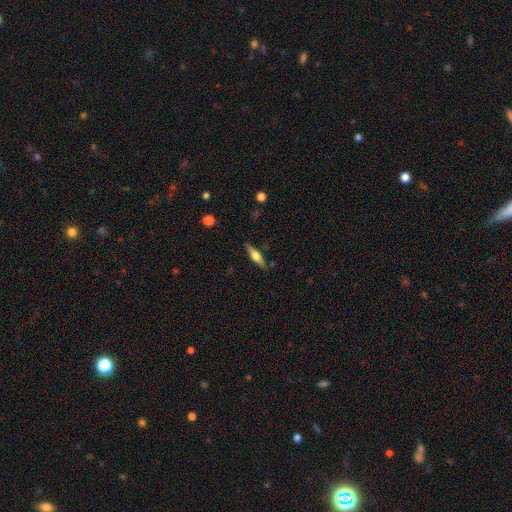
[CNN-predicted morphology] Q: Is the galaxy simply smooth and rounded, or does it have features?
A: featured or disk — 52%.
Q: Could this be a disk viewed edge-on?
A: yes — 94%.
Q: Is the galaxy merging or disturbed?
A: none — 84%.